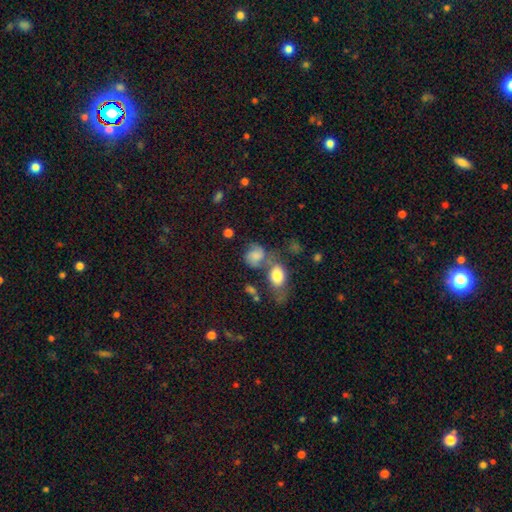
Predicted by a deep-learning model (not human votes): Morphology: type=smooth (50%); merging=none (42%).